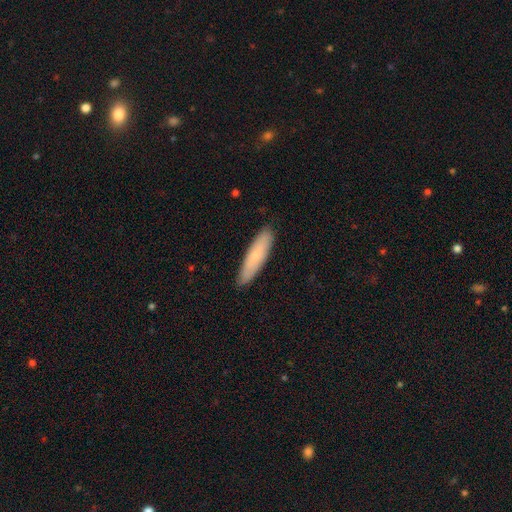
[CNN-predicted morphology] Smooth or featured?
  - smooth: 72% *
  - featured or disk: 21%
  - star or artifact: 6%
How rounded?
  - cigar-shaped: 73% *
  - in between: 25%
  - round: 1%
Merging?
  - none: 87% *
  - minor disturbance: 11%
  - major disturbance: 2%
  - merger: 1%